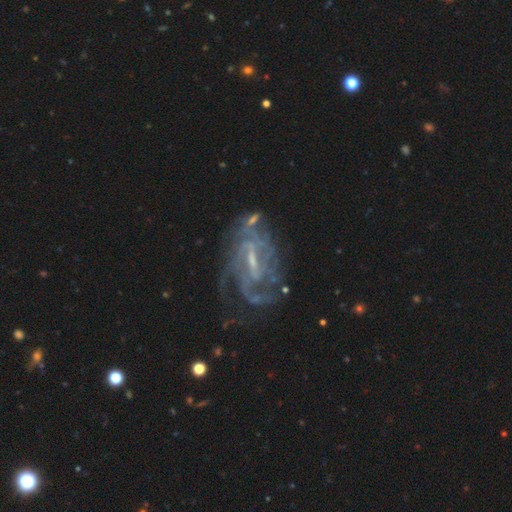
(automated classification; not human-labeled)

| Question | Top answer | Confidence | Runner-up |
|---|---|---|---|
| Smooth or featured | featured or disk | 78% | star or artifact (13%) |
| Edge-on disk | no | 94% | yes (6%) |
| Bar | weak | 48% | strong (28%) |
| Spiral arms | yes | 86% | no (14%) |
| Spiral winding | tight | 48% | medium (37%) |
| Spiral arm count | can't tell | 45% | 2 (18%) |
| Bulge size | small | 60% | moderate (23%) |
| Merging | none | 58% | minor disturbance (19%) |